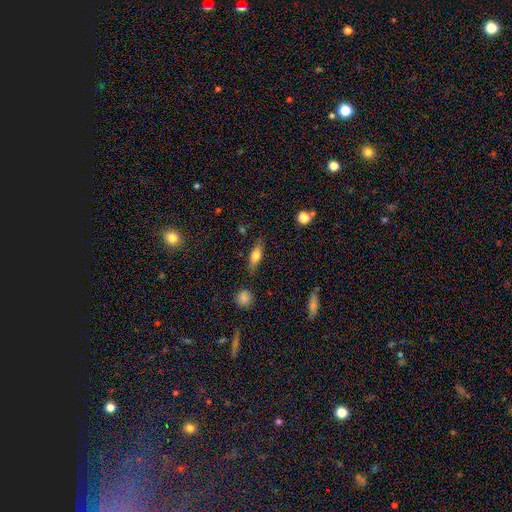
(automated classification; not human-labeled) The model was most divided on "how rounded": in between: 60%, cigar-shaped: 35%, round: 4%. More confident: merging — none (82%); smooth or featured — smooth (67%).